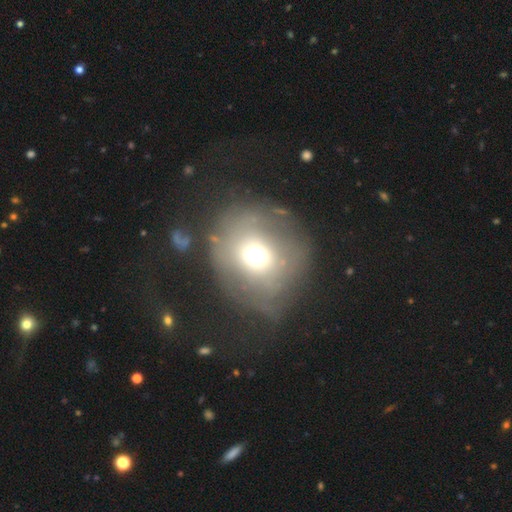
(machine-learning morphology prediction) The model was most divided on "merging": none: 50%, major disturbance: 25%, minor disturbance: 20%, merger: 5%. More confident: how rounded — round (81%); smooth or featured — smooth (56%).